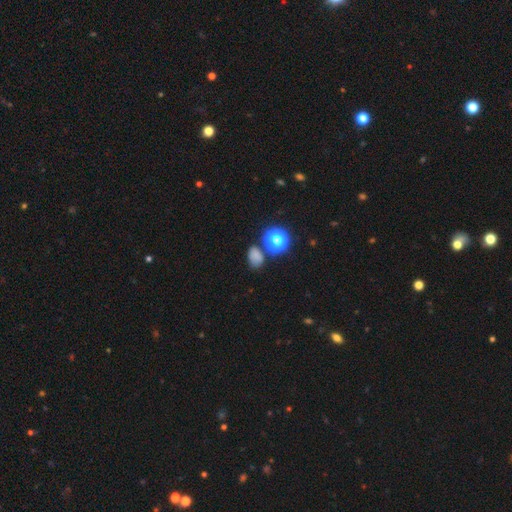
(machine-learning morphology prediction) This appears to be a smooth galaxy with no disk features (72%) that is in between round and cigar-shaped (68%). Merging: none (65%).